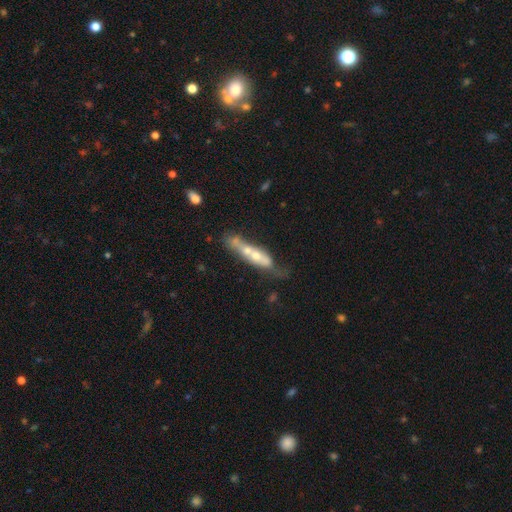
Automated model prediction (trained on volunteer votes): smooth-or-featured: featured or disk: 52% | smooth: 41% | star or artifact: 7%
  disk-edge-on: no: 59% | yes: 41%
  merging: merger: 43% | none: 27% | minor disturbance: 17% | major disturbance: 13%